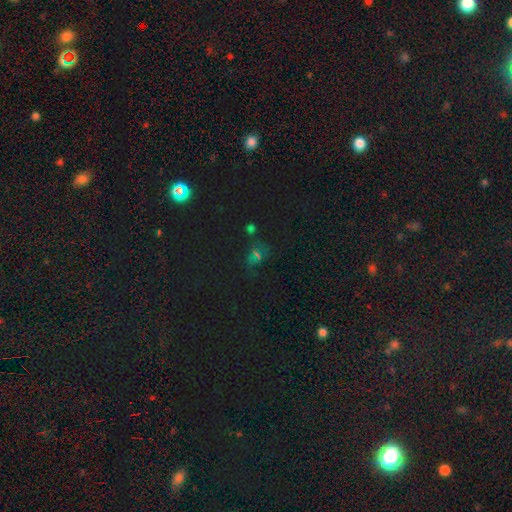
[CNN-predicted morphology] smooth-or-featured: star or artifact: 60% | smooth: 29% | featured or disk: 11%